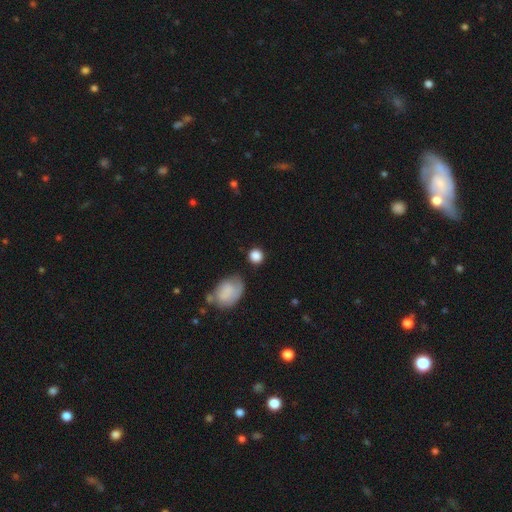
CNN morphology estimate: The model was most divided on "merging": none: 78%, minor disturbance: 13%, merger: 5%, major disturbance: 4%. More confident: how rounded — round (86%); smooth or featured — smooth (85%).